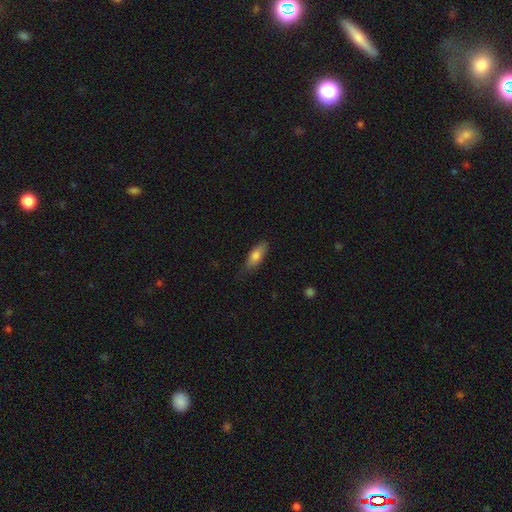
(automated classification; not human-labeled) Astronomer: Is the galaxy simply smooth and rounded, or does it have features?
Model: smooth — 76%.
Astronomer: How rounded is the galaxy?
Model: in between — 68%.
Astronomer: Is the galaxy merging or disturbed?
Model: none — 78%.